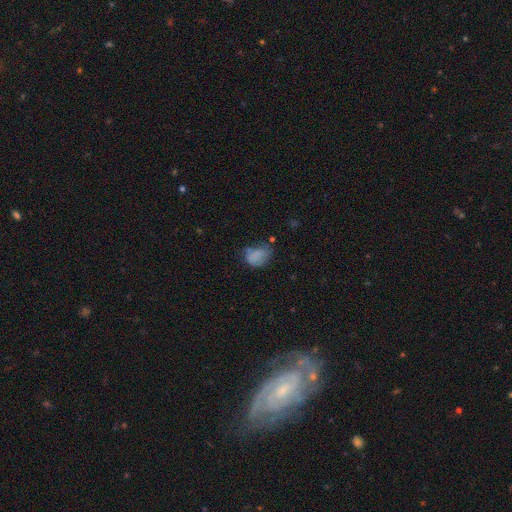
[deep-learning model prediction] Smooth or featured?
  - smooth: 75% *
  - featured or disk: 13%
  - star or artifact: 12%
How rounded?
  - in between: 74% *
  - round: 25%
  - cigar-shaped: 1%
Merging?
  - none: 39% *
  - minor disturbance: 34%
  - major disturbance: 21%
  - merger: 6%